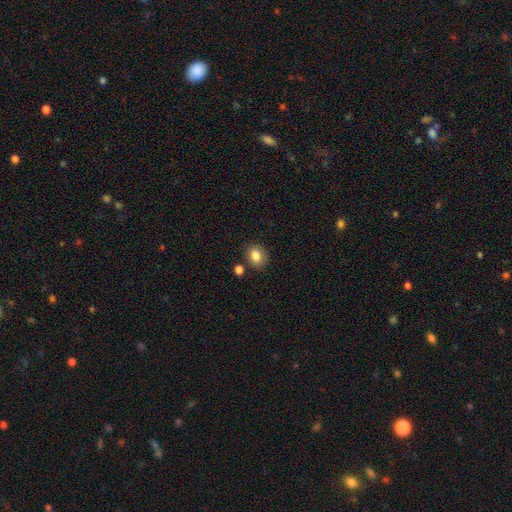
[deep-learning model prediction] This appears to be a smooth galaxy with no disk features (84%) that is round (56%). Merging: none (82%).